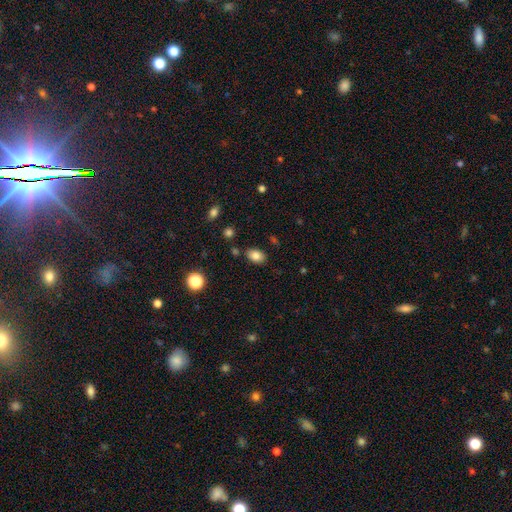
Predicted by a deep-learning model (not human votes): Smooth or featured? smooth (83%)
How rounded? in between (85%)
Merging? none (83%)